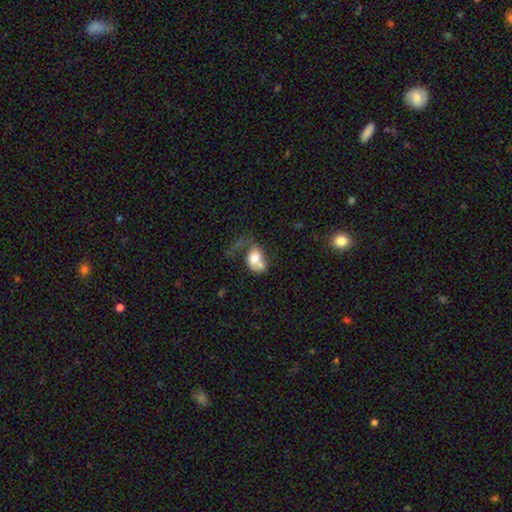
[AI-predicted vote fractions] Smooth or featured? Predicted: smooth (p=0.64). How rounded? Predicted: in between (p=0.70). Merging? Predicted: merger (p=0.45).